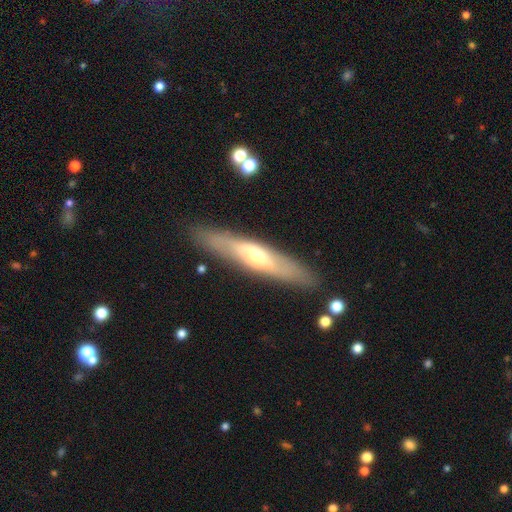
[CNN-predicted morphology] Smooth or featured? featured or disk (56%)
Edge-on disk? yes (69%)
Merging? none (86%)